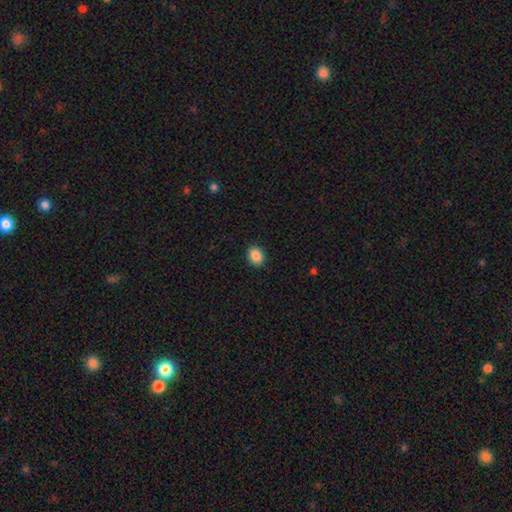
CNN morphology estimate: This is clearly a smooth galaxy (88%). How rounded: possibly in between (52%). Merging: clearly none (90%).